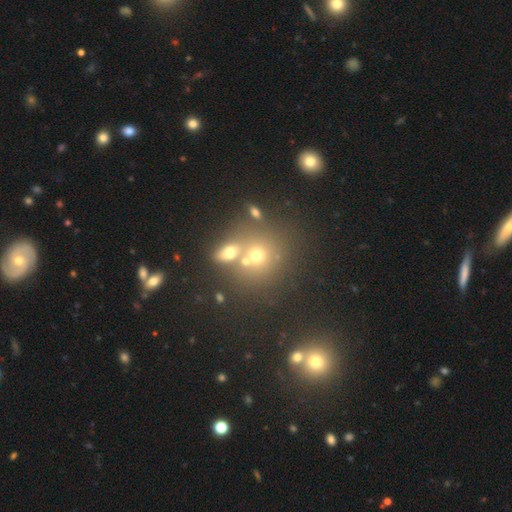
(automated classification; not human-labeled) Overall: smooth (60%; star or artifact 22%). How rounded: round (78%). Merging: none (47%; merger 40%).